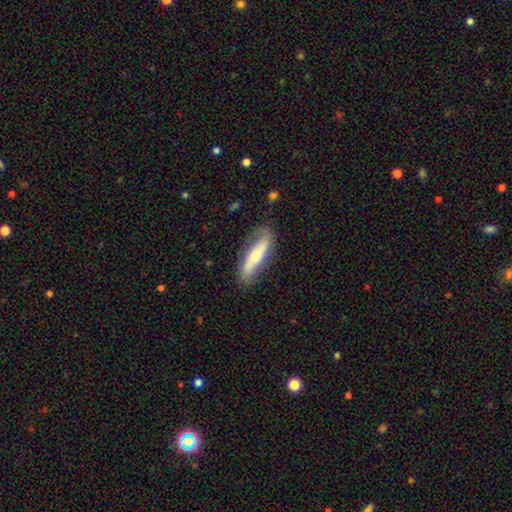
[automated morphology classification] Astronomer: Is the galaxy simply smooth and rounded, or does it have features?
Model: featured or disk — 50% (runner-up: smooth, 45%).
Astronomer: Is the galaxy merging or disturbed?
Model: none — 77%.